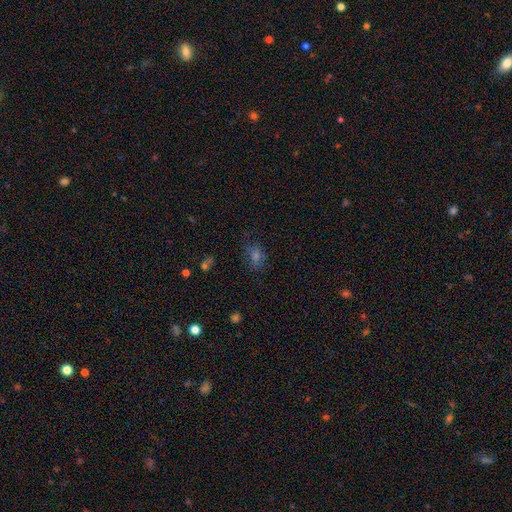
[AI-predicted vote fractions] Smooth or featured? Predicted: smooth (p=0.50). How rounded? Predicted: in between (p=0.65). Merging? Predicted: none (p=0.67).